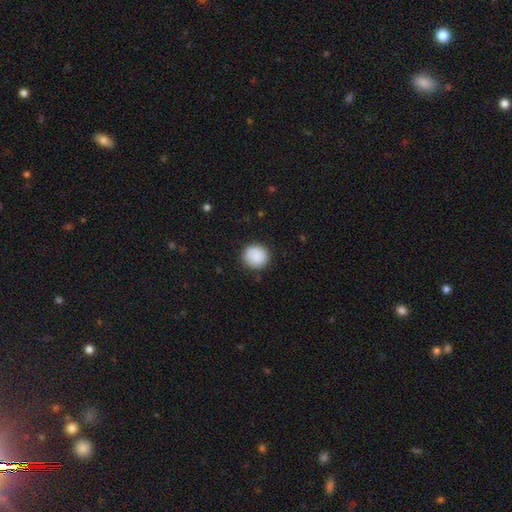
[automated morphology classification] Smooth or featured?
  - smooth: 89% *
  - star or artifact: 7%
  - featured or disk: 4%
How rounded?
  - round: 92% *
  - in between: 7%
  - cigar-shaped: 1%
Merging?
  - none: 89% *
  - minor disturbance: 8%
  - major disturbance: 2%
  - merger: 1%